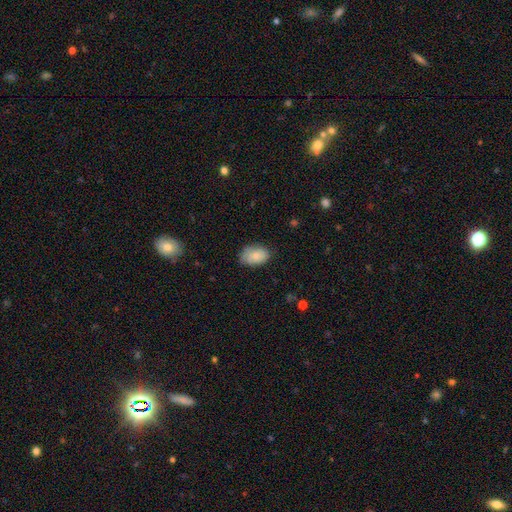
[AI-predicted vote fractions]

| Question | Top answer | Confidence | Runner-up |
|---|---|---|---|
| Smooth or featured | smooth | 78% | featured or disk (15%) |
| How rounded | in between | 89% | round (10%) |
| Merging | none | 66% | minor disturbance (28%) |